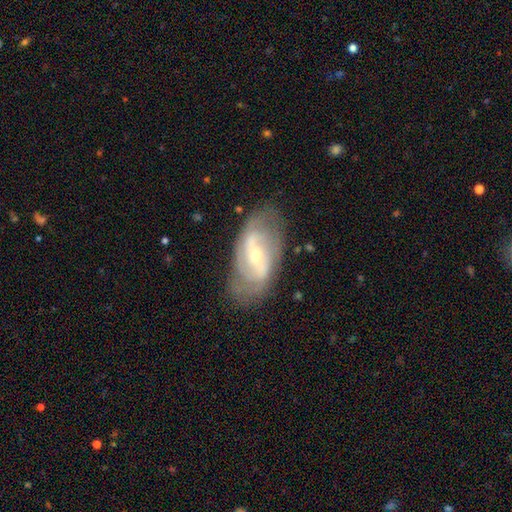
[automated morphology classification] smooth-or-featured: featured or disk: 79% | smooth: 14% | star or artifact: 7%
  disk-edge-on: no: 94% | yes: 6%
    bar: weak: 41% | strong: 38% | no: 20%
    has-spiral-arms: yes: 85% | no: 15%
      spiral-winding: medium: 42% | tight: 33% | loose: 24%
      spiral-arm-count: 2: 60% | can't tell: 24% | 3: 8% | 4: 3% | 1: 3% | more than 4: 2%
    bulge-size: small: 61% | moderate: 36% | large: 2% | none: 1% | dominant: 1%
  merging: none: 74% | minor disturbance: 18% | major disturbance: 7% | merger: 1%